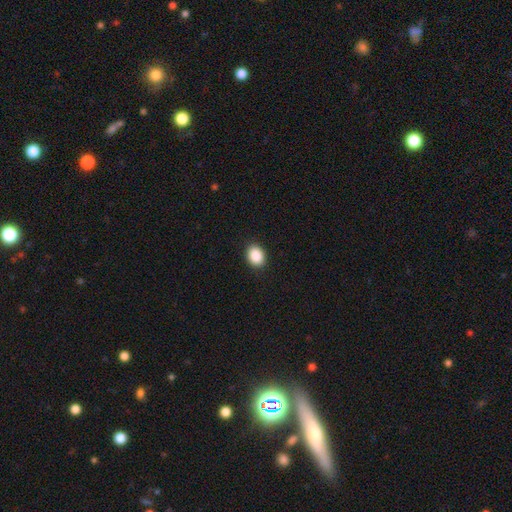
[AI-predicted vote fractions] smooth-or-featured: smooth: 89% | star or artifact: 8% | featured or disk: 3%
  how-rounded: in between: 62% | round: 37% | cigar-shaped: 1%
  merging: none: 91% | minor disturbance: 7% | major disturbance: 2% | merger: 1%